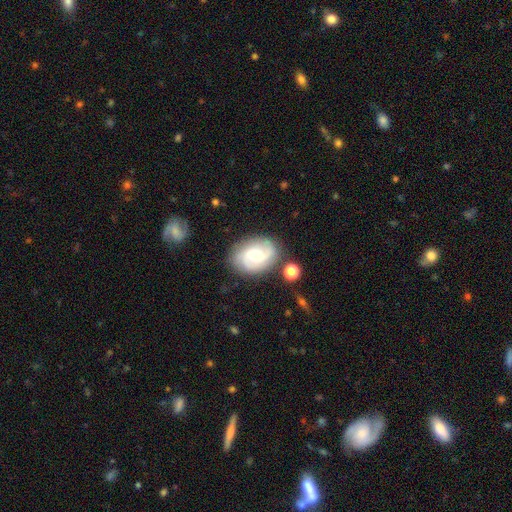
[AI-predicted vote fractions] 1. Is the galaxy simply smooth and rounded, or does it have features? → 75% featured or disk, 19% smooth, 7% star or artifact.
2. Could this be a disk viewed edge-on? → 97% no, 3% yes.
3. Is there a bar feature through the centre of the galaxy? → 46% weak, 43% no, 10% strong.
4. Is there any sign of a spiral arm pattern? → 94% yes, 6% no.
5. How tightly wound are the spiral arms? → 46% medium, 29% tight, 25% loose.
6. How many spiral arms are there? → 61% 2, 19% 3, 12% can't tell, 3% 1, 3% 4, 2% more than 4.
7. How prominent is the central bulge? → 66% moderate, 24% small, 8% large, 1% none, 1% dominant.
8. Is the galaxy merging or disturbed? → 77% none, 14% minor disturbance, 5% major disturbance, 4% merger.